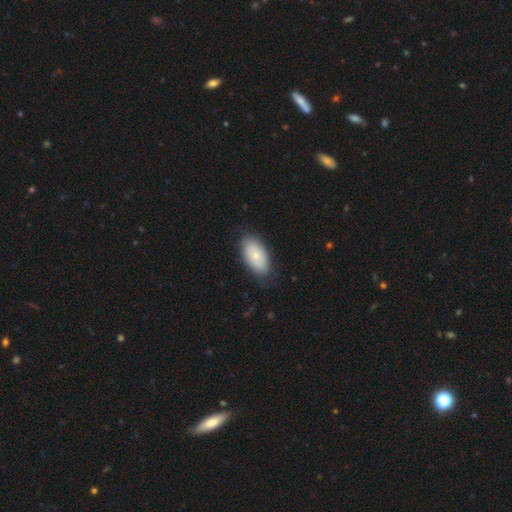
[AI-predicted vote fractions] A smooth galaxy with no disk features (75%) that is in between round and cigar-shaped (94%). Merging: none (81%).